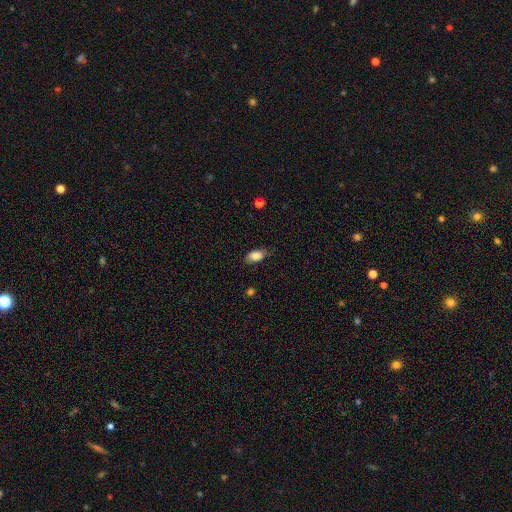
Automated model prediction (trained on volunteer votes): This is clearly a smooth galaxy (82%). How rounded: clearly in between (90%). Merging: likely none (74%).